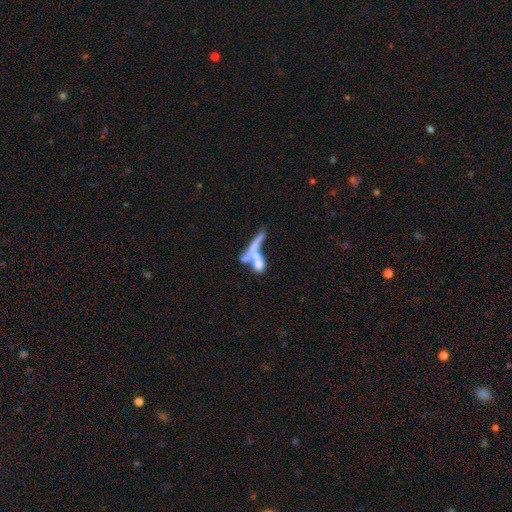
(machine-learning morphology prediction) Smooth or featured: featured or disk — 48% (smooth — 41%)
Merging: merger — 57% (none — 19%)